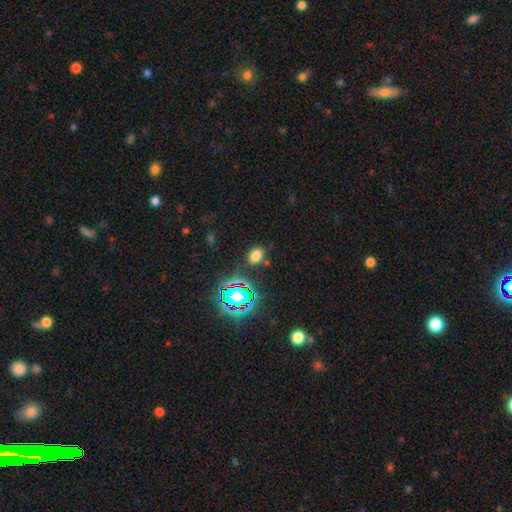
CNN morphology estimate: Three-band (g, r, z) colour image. It shows a smooth galaxy with no disk features (69%) that is in between round and cigar-shaped (60%). Merging: none (81%).